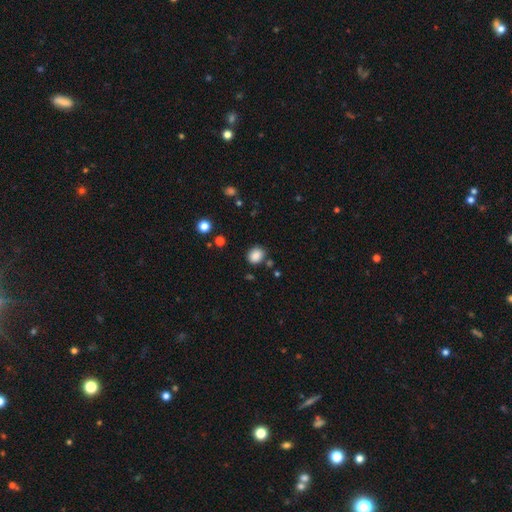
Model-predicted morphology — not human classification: smooth 86%, star or artifact 10%, featured or disk 4%. Down the decision tree: how rounded — round (55%); merging — none (80%).